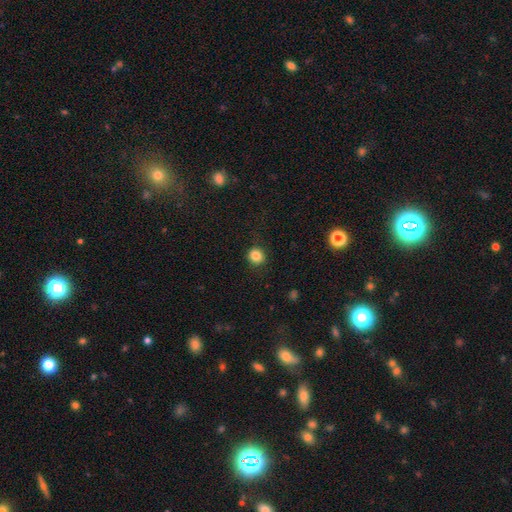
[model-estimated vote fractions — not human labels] Smooth or featured? smooth (84%)
How rounded? round (88%)
Merging? none (88%)